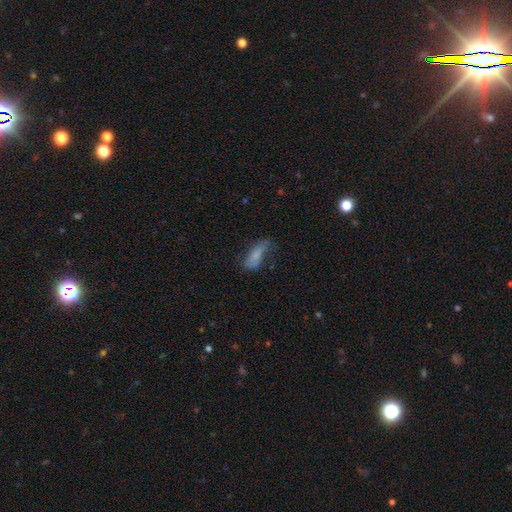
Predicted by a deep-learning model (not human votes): This is likely a smooth galaxy (68%). How rounded: likely in between (70%). Merging: marginally none (40%).